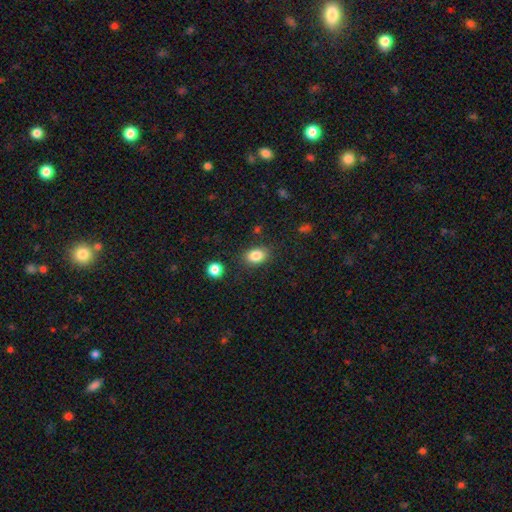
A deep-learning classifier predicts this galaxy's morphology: smooth 84%, star or artifact 9%, featured or disk 6%. Down the decision tree: how rounded — in between (76%); merging — none (83%).